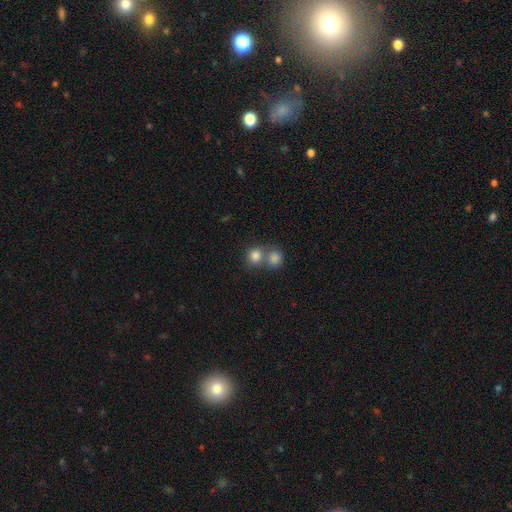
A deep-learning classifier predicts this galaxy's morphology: Smooth or featured: smooth — 81% (star or artifact — 10%)
How rounded: round — 81% (in between — 18%)
Merging: merger — 52% (none — 39%)